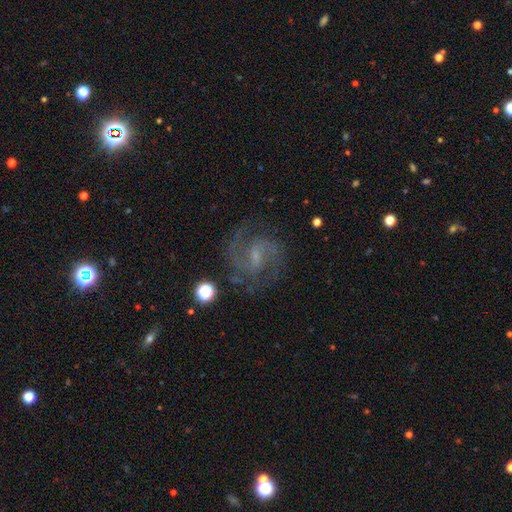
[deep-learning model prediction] This is clearly a featured or disk galaxy (86%). It is clearly not viewed edge-on (98%). Bar: possibly weak (56%). Spiral arm pattern: clearly yes (98%). Spiral arm count: clearly 2 (83%). Spiral winding: possibly medium (56%). Central bulge: possibly small (59%). Merging: likely none (80%).